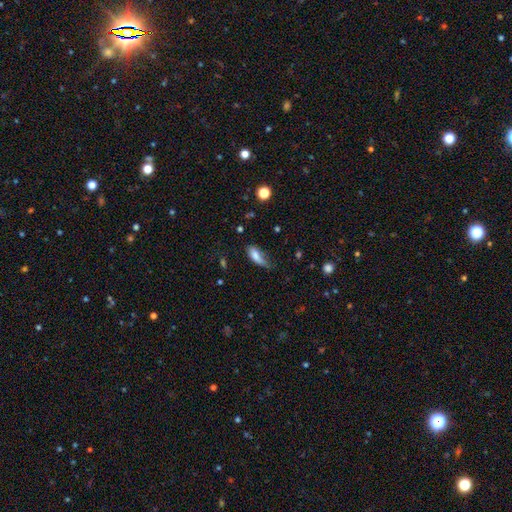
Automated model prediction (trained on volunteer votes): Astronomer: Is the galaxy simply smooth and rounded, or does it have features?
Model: smooth — 75%.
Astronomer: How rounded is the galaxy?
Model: in between — 71%.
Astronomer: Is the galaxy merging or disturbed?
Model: minor disturbance — 38% (runner-up: none, 34%).